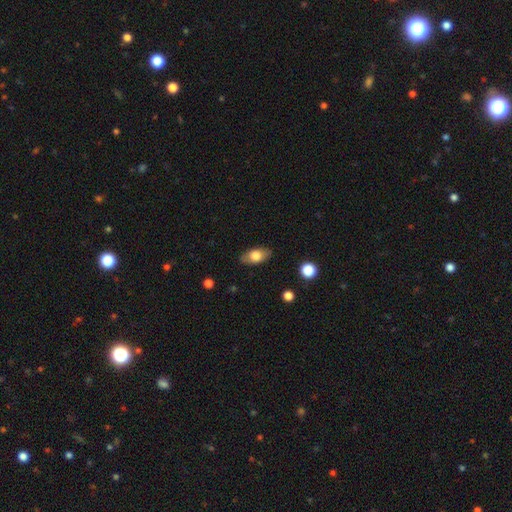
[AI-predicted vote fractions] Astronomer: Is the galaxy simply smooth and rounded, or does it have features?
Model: smooth — 71%.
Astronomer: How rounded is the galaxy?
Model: in between — 88%.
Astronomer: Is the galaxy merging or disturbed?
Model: none — 83%.